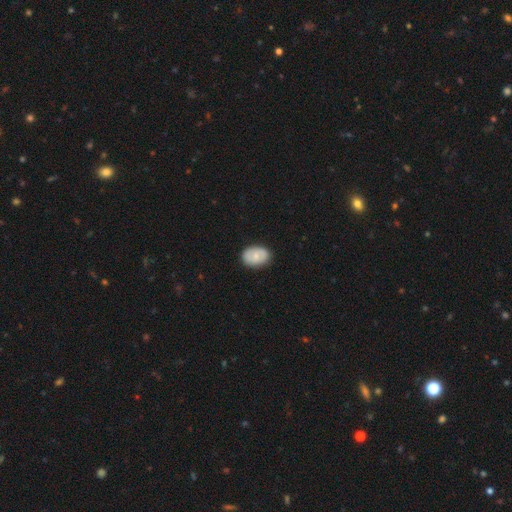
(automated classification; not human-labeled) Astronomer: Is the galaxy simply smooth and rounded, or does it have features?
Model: smooth — 72%.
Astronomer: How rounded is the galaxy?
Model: in between — 82%.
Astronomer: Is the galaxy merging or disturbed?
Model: none — 86%.